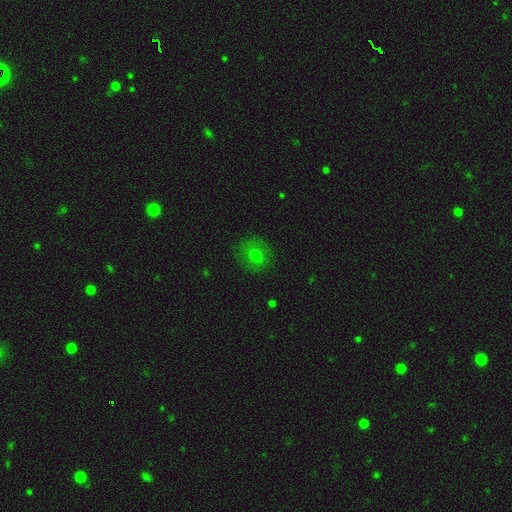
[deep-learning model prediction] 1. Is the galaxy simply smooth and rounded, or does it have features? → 65% smooth, 21% featured or disk, 15% star or artifact.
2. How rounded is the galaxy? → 72% round, 27% in between, 1% cigar-shaped.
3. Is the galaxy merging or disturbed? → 82% none, 12% minor disturbance, 5% major disturbance, 1% merger.